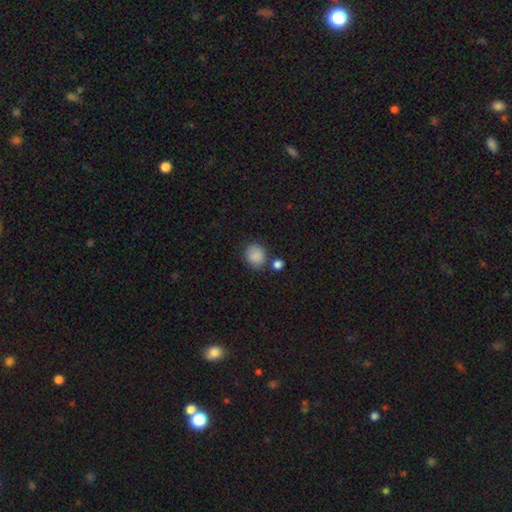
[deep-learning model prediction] smooth_or_featured: smooth (p=0.87) [alt: star or artifact p=0.09]
how_rounded: round (p=0.78) [alt: in between p=0.21]
merging: none (p=0.73) [alt: minor disturbance p=0.12]